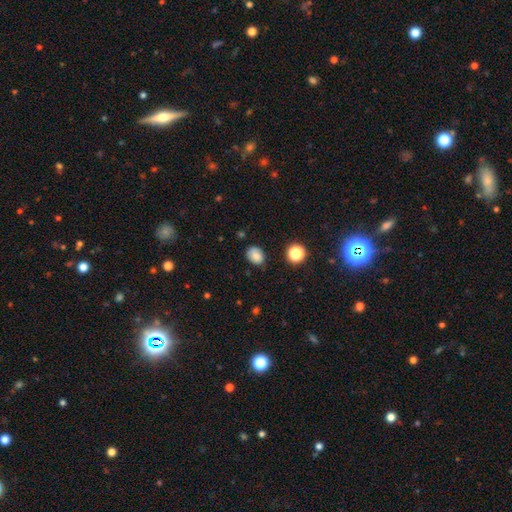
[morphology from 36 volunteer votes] Smooth or featured? smooth (83%)
How rounded? in between (60%)
Merging? none (85%)